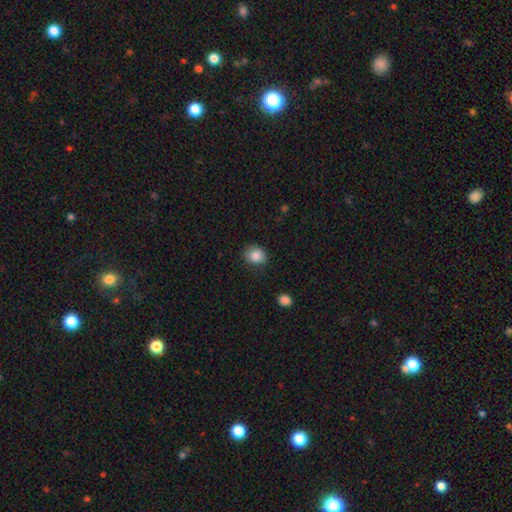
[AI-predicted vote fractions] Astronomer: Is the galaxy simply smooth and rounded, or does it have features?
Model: smooth — 84%.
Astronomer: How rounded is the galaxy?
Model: round — 71%.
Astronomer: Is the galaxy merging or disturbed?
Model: none — 81%.